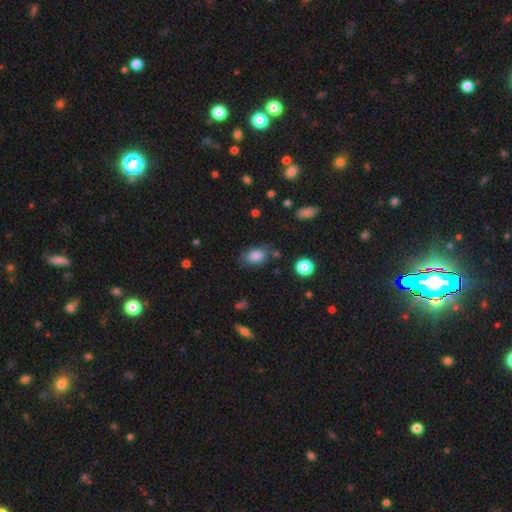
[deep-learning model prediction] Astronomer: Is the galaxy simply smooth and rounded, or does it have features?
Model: smooth — 78%.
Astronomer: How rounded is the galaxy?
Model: in between — 83%.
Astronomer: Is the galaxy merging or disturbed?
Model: none — 63%.